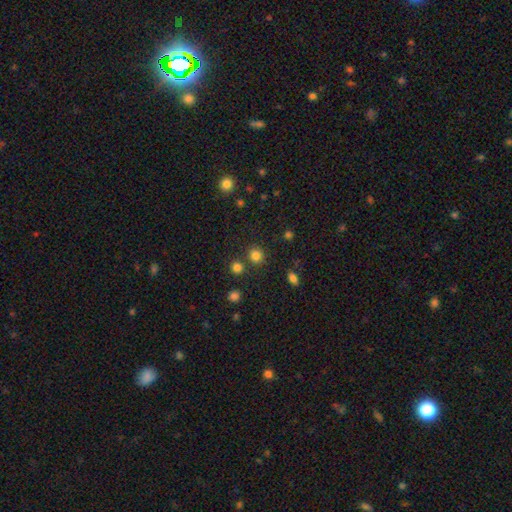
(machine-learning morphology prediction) Smooth or featured? smooth (82%)
How rounded? round (90%)
Merging? none (83%)